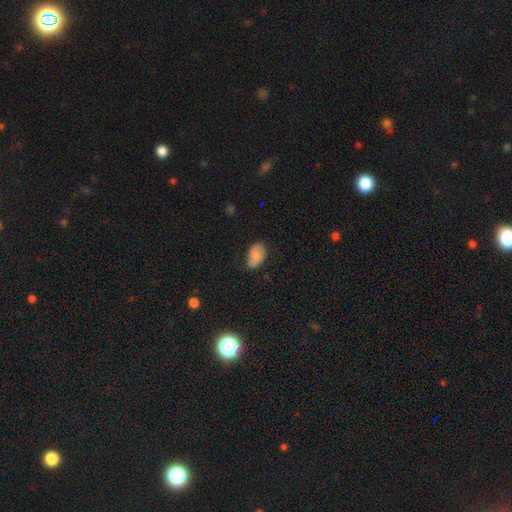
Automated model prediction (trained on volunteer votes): smooth-or-featured: smooth: 66% | featured or disk: 26% | star or artifact: 8%
  how-rounded: in between: 90% | round: 9% | cigar-shaped: 2%
  merging: none: 65% | minor disturbance: 27% | major disturbance: 6% | merger: 2%